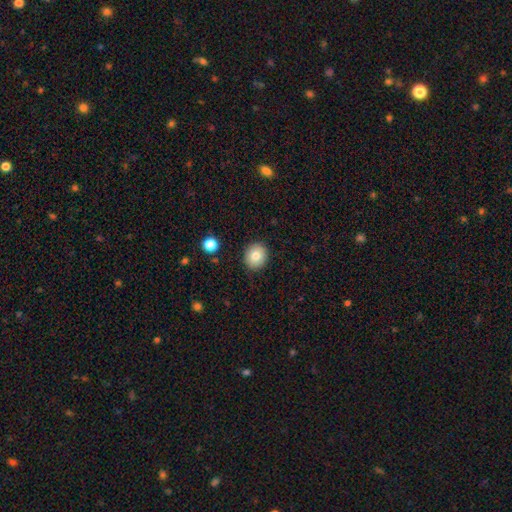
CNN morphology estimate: Smooth or featured? smooth (80%)
How rounded? round (78%)
Merging? none (89%)